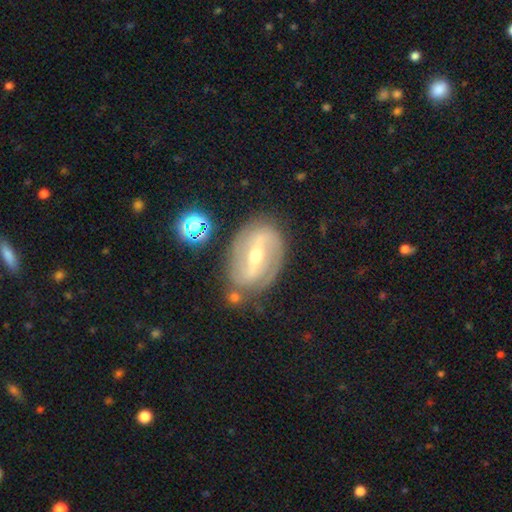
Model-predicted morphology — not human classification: Smooth or featured: featured or disk — 83% (smooth — 11%)
Edge-on disk: no — 94% (yes — 6%)
Bar: strong — 60% (weak — 30%)
Spiral arms: yes — 89% (no — 11%)
Spiral winding: medium — 41% (tight — 40%)
Spiral arm count: 2 — 80% (can't tell — 10%)
Bulge size: moderate — 58% (small — 38%)
Merging: none — 75% (minor disturbance — 16%)